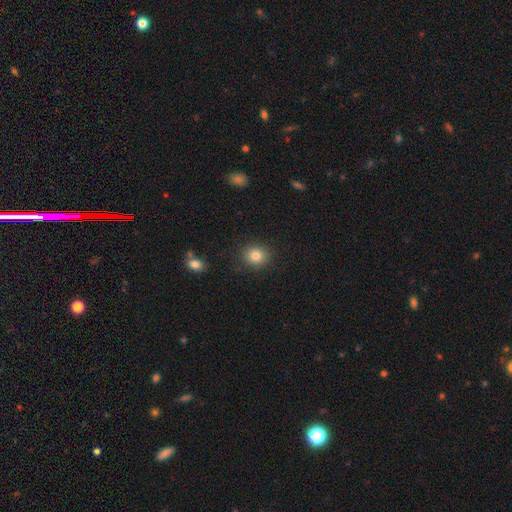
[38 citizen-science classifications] Smooth or featured: smooth — 89% (featured or disk — 8%)
How rounded: round — 85% (in between — 15%)
Merging: none — 89% (minor disturbance — 5%)